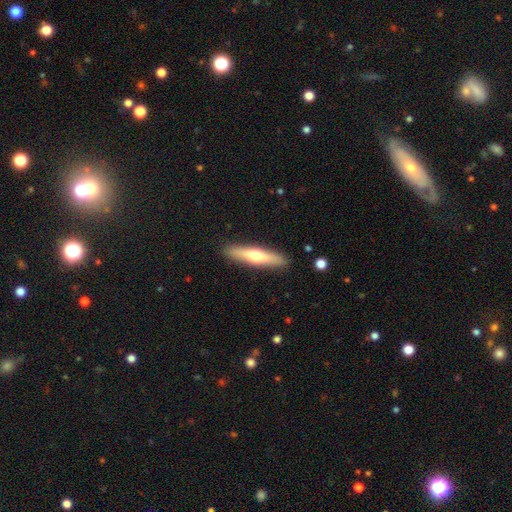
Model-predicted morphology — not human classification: Q: Smooth or featured?
A: smooth (52%); runner-up: featured or disk (43%)
Q: How rounded?
A: cigar-shaped (81%); runner-up: in between (17%)
Q: Merging?
A: none (90%); runner-up: minor disturbance (7%)